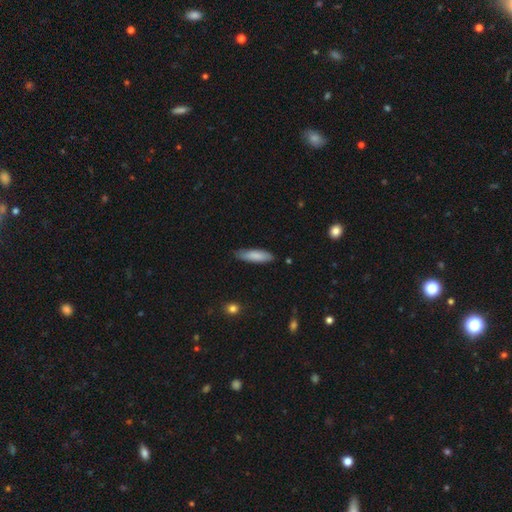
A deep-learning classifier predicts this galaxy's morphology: This appears to be a smooth galaxy with no disk features (83%) that is cigar-shaped (64%). Merging: none (81%).